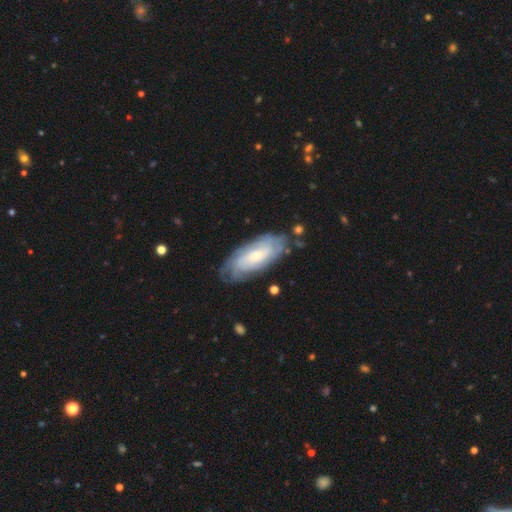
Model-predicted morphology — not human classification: A featured or disk galaxy (70%) with no bar (62%), tight (72%) spiral arms (90%) and a small central bulge (50%). Merging: none (77%).